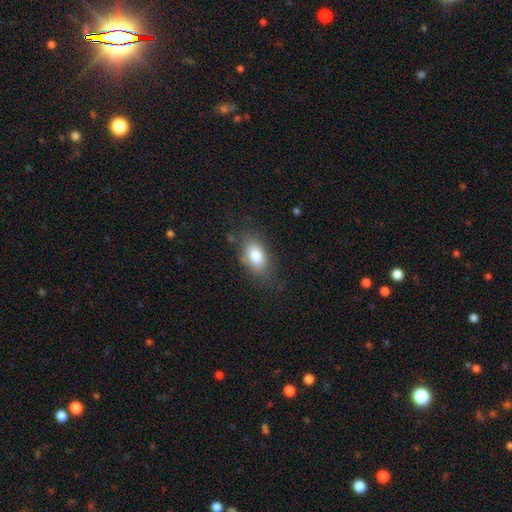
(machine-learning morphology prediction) type=smooth (80%); roundness=in between (88%); merging=none (74%).